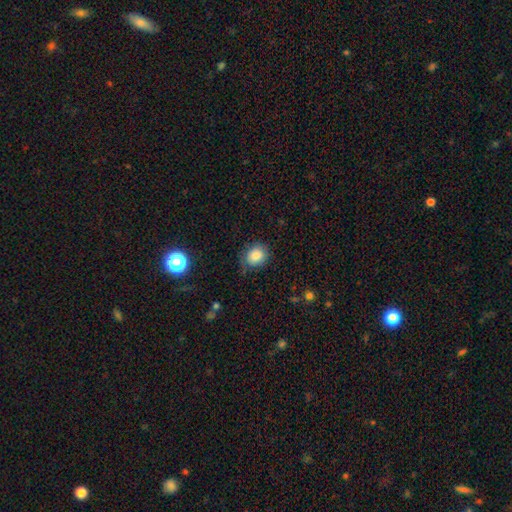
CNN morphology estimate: smooth 82%, star or artifact 9%, featured or disk 9%. Down the decision tree: how rounded — round (64%); merging — none (69%).